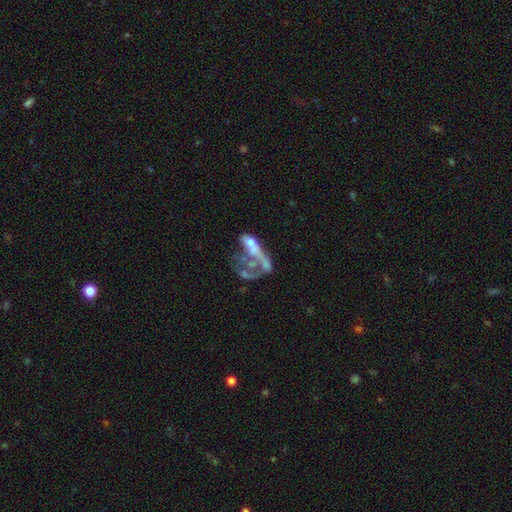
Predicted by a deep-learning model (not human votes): Smooth or featured?
  - featured or disk: 60% *
  - smooth: 26%
  - star or artifact: 14%
Edge-on disk?
  - no: 93% *
  - yes: 7%
Bar?
  - no: 88% *
  - weak: 9%
  - strong: 4%
Spiral arms?
  - no: 87% *
  - yes: 13%
Bulge size?
  - none: 54% *
  - small: 22%
  - moderate: 18%
  - large: 4%
  - dominant: 2%
Merging?
  - merger: 38% *
  - major disturbance: 37%
  - none: 17%
  - minor disturbance: 9%